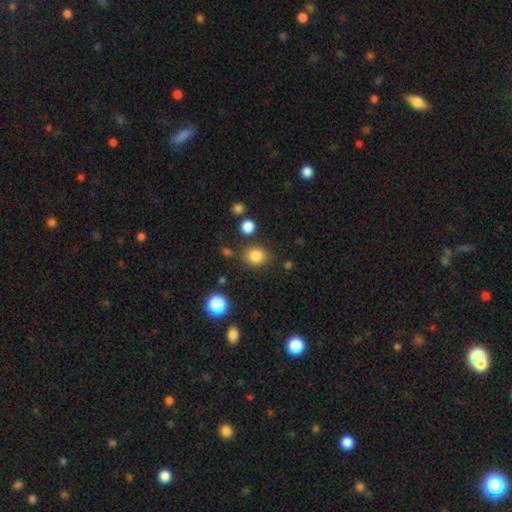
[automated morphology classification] smooth_or_featured: smooth (p=0.83) [alt: star or artifact p=0.11]
how_rounded: round (p=0.73) [alt: in between p=0.26]
merging: none (p=0.81) [alt: minor disturbance p=0.10]